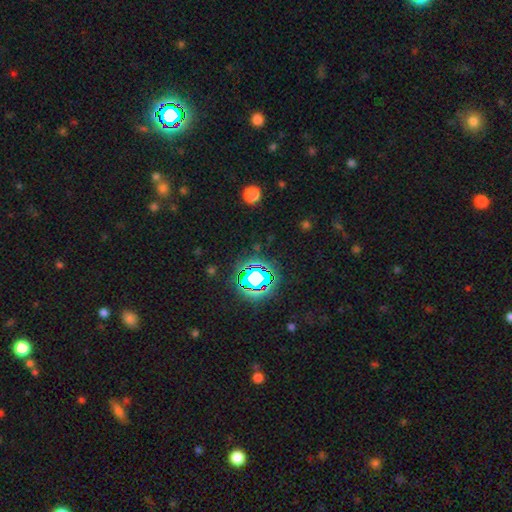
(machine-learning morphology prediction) Smooth or featured: star or artifact — 77% (smooth — 15%)